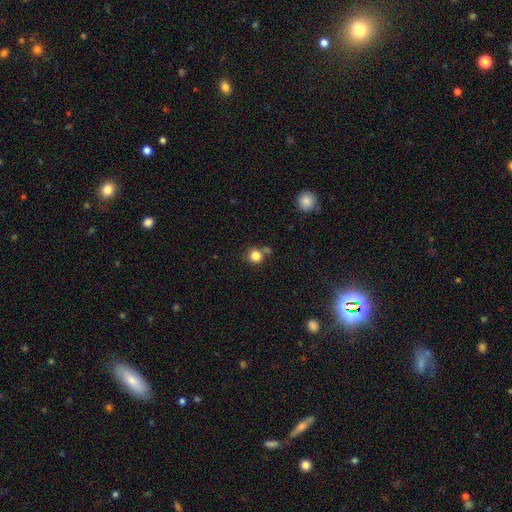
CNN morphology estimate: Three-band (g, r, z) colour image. It shows a smooth galaxy with no disk features (83%) that is round (90%). Merging: none (68%).